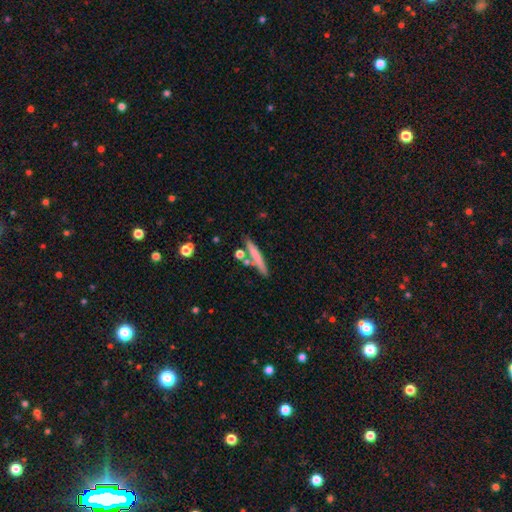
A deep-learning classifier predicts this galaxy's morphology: type=smooth (69%); roundness=cigar-shaped (92%); merging=none (73%).